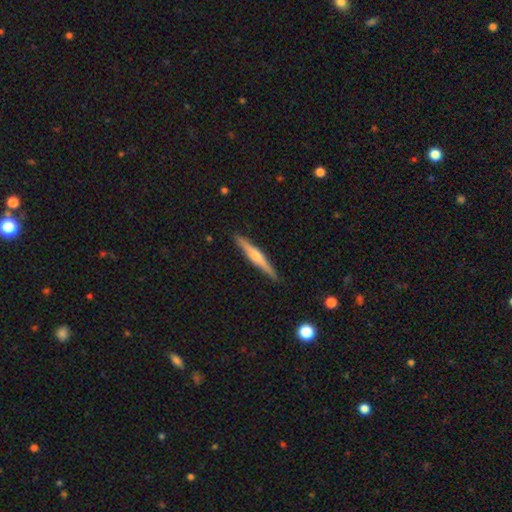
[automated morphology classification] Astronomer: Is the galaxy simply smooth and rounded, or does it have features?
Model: featured or disk — 67%.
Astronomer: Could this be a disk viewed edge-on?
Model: yes — 98%.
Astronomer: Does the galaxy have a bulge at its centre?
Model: rounded — 83%.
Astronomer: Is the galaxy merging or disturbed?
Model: none — 90%.